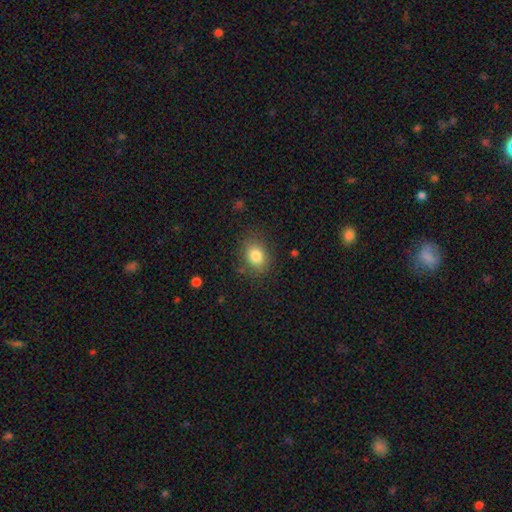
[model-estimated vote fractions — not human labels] Smooth or featured? Predicted: smooth (p=0.83). How rounded? Predicted: in between (p=0.57). Merging? Predicted: none (p=0.81).